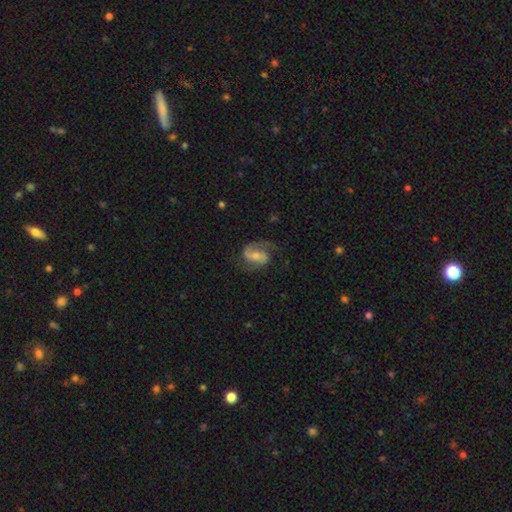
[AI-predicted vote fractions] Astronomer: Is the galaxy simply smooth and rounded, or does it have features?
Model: featured or disk — 83%.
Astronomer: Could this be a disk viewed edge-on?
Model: no — 97%.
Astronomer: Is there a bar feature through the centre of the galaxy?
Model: weak — 42% (runner-up: no, 29%).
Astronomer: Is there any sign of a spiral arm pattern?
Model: yes — 96%.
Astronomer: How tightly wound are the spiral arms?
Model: medium — 49% (runner-up: loose, 33%).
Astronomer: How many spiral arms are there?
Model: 2 — 85%.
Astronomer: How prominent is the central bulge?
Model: small — 50% (runner-up: moderate, 42%).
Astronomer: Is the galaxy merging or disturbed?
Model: none — 70%.